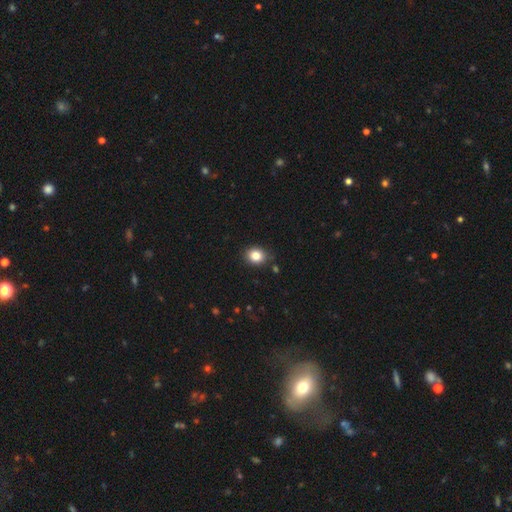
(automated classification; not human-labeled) smooth_or_featured: smooth (p=0.84) [alt: star or artifact p=0.11]
how_rounded: round (p=0.67) [alt: in between p=0.32]
merging: none (p=0.86) [alt: minor disturbance p=0.10]